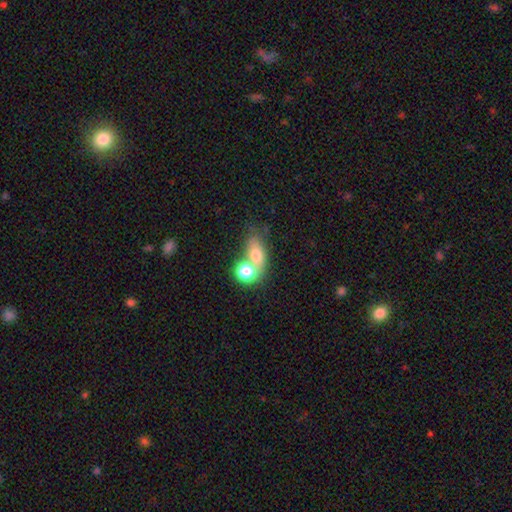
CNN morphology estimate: type=smooth (69%); roundness=in between (60%); merging=merger (49%).